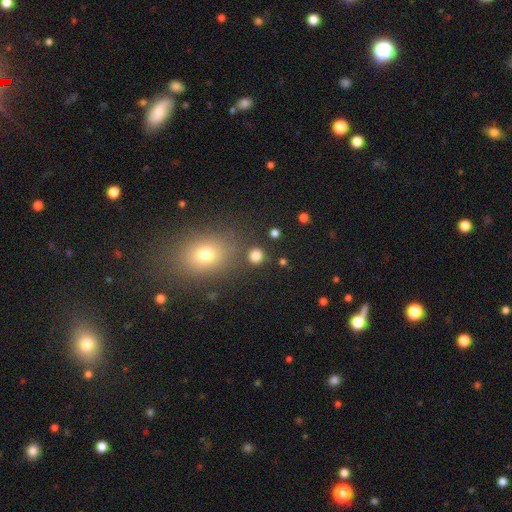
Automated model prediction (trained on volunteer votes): Q: Smooth or featured?
A: smooth (80%); runner-up: star or artifact (15%)
Q: How rounded?
A: round (87%); runner-up: in between (12%)
Q: Merging?
A: none (84%); runner-up: minor disturbance (7%)